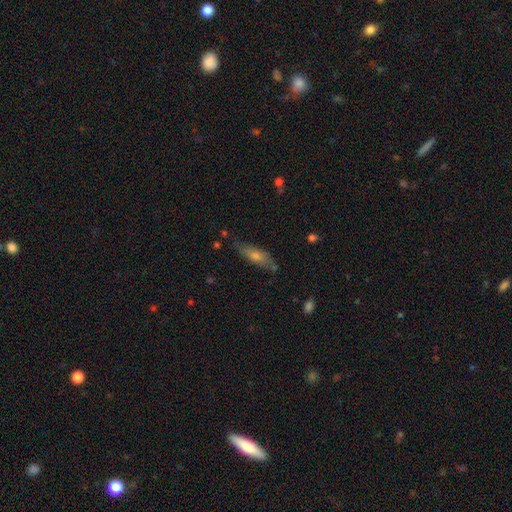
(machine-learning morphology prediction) Smooth or featured? Predicted: smooth (p=0.51). How rounded? Predicted: cigar-shaped (p=0.58). Merging? Predicted: none (p=0.73).